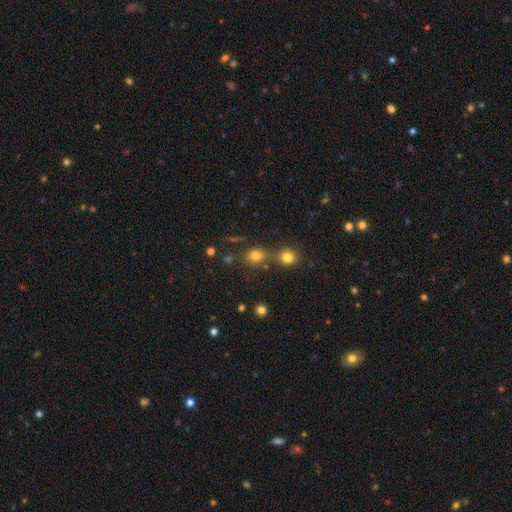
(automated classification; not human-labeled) Overall: smooth (74%). How rounded: round (65%; in between 33%). Merging: none (57%; merger 29%).